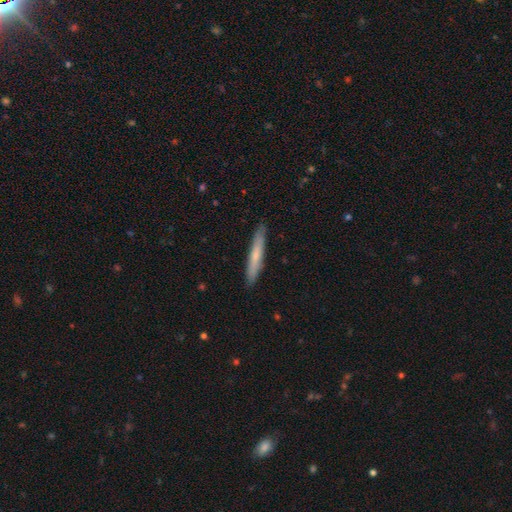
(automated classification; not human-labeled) smooth-or-featured: smooth: 62% | featured or disk: 32% | star or artifact: 5%
  how-rounded: cigar-shaped: 95% | in between: 4% | round: 1%
  merging: none: 91% | minor disturbance: 7% | major disturbance: 1% | merger: 1%